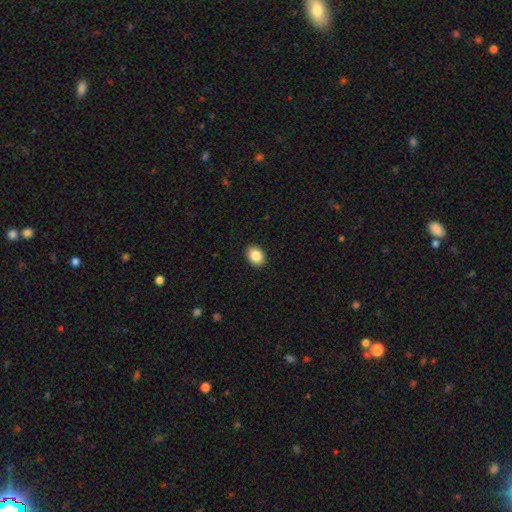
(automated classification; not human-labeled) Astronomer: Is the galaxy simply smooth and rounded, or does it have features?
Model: smooth — 87%.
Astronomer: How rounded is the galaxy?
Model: in between — 67%.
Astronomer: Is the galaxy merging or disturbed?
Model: none — 91%.